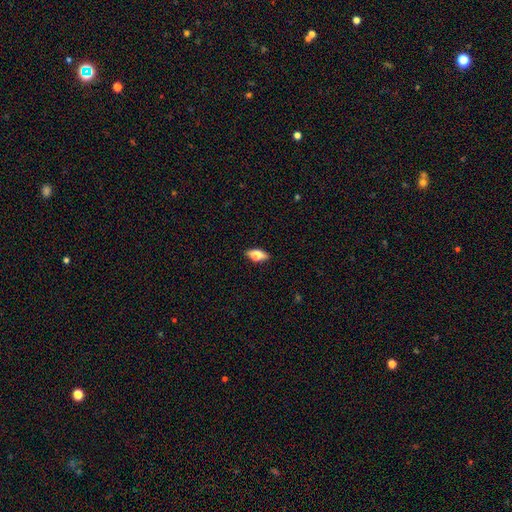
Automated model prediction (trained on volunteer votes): This appears to be a smooth galaxy with no disk features (60%) that is in between round and cigar-shaped (81%). Merging: none (87%).